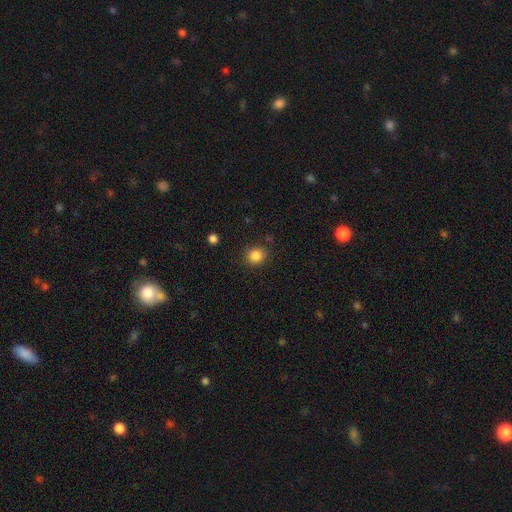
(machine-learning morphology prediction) smooth 86%, star or artifact 11%, featured or disk 4%. Down the decision tree: how rounded — round (83%); merging — none (86%).